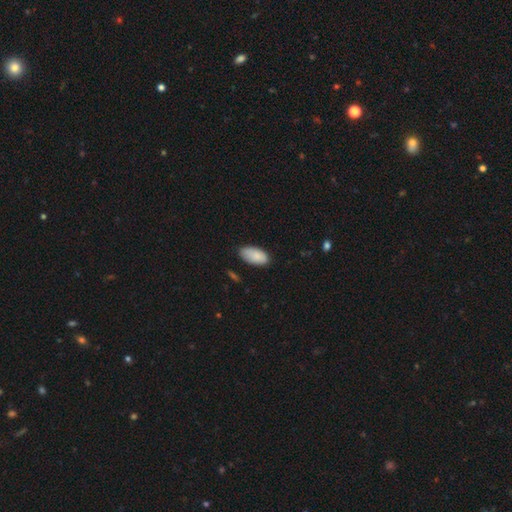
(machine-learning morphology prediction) smooth_or_featured: smooth (p=0.88) [alt: star or artifact p=0.06]
how_rounded: in between (p=0.95) [alt: cigar-shaped p=0.03]
merging: none (p=0.77) [alt: minor disturbance p=0.19]